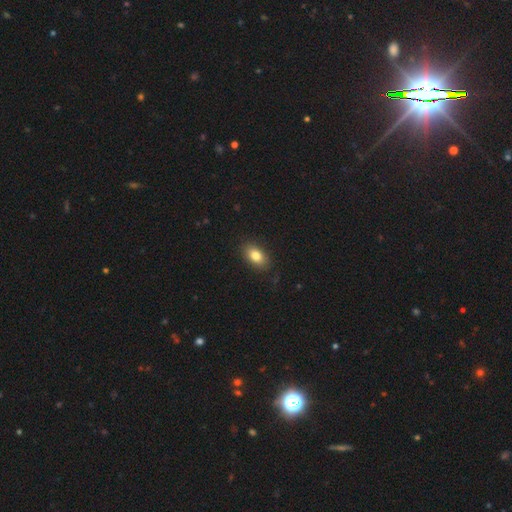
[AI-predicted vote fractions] A smooth galaxy with no disk features (82%) that is in between round and cigar-shaped (88%).

Vote fractions:
- Smooth or featured? smooth: 82% / featured or disk: 10% / star or artifact: 8%
- How rounded? in between: 88% / round: 10% / cigar-shaped: 2%
- Merging? none: 86% / minor disturbance: 10% / major disturbance: 2% / merger: 1%